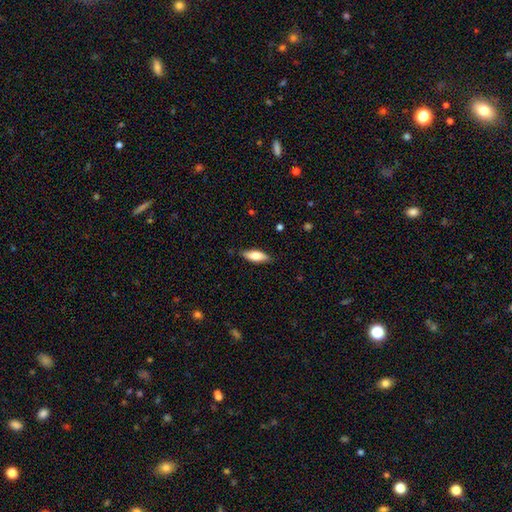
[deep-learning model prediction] A smooth galaxy with no disk features (74%) that is in between round and cigar-shaped (71%). Merging: none (82%).